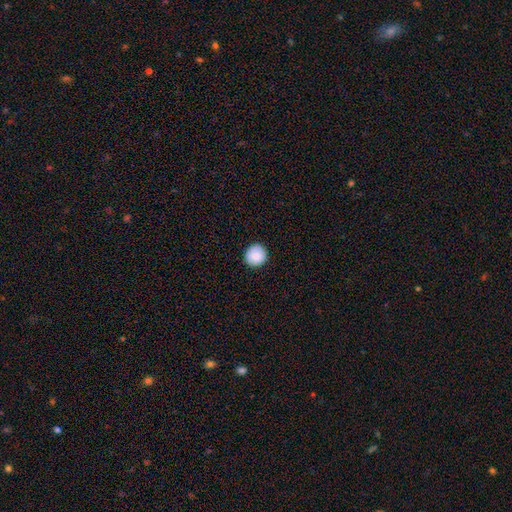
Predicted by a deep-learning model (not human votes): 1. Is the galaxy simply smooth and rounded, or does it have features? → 87% smooth, 8% star or artifact, 5% featured or disk.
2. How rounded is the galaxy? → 93% round, 6% in between, 1% cigar-shaped.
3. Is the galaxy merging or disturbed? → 91% none, 6% minor disturbance, 1% major disturbance, 1% merger.